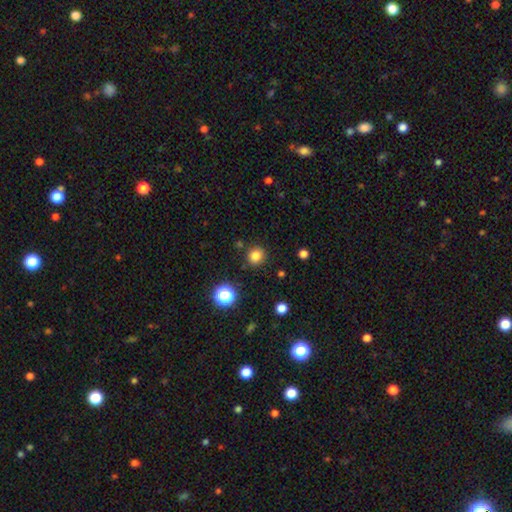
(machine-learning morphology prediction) The model was most divided on "smooth or featured": smooth: 81%, star or artifact: 14%, featured or disk: 5%. More confident: how rounded — round (88%); merging — none (88%).